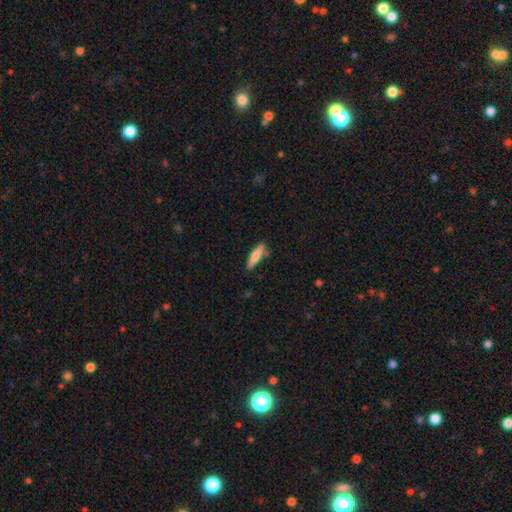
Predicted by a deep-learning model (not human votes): Smooth or featured: smooth — 69% (featured or disk — 25%)
How rounded: cigar-shaped — 75% (in between — 23%)
Merging: none — 79% (minor disturbance — 14%)